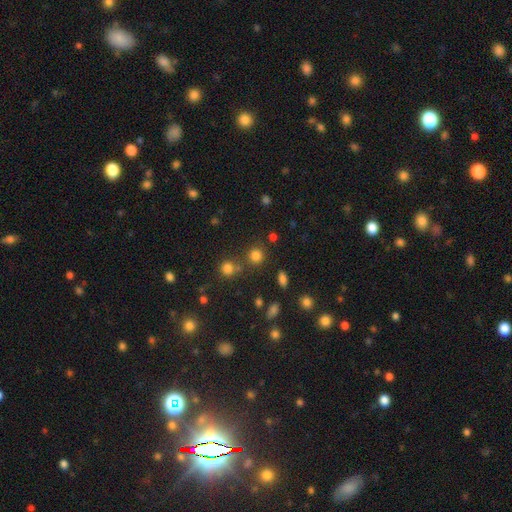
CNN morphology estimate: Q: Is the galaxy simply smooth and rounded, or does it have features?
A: smooth — 78%.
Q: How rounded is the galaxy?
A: round — 88%.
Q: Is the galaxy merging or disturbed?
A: none — 75%.